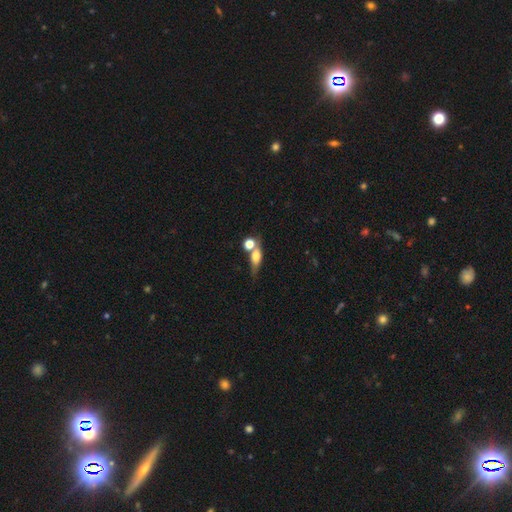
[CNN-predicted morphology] Q: Smooth or featured?
A: smooth (64%); runner-up: featured or disk (26%)
Q: How rounded?
A: in between (54%); runner-up: cigar-shaped (24%)
Q: Merging?
A: none (43%); runner-up: merger (34%)